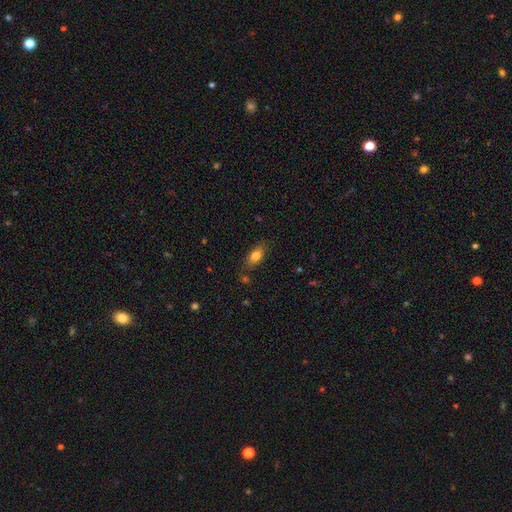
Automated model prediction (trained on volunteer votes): The model was most divided on "merging": none: 77%, minor disturbance: 16%, major disturbance: 4%, merger: 3%. More confident: how rounded — in between (84%); smooth or featured — smooth (78%).